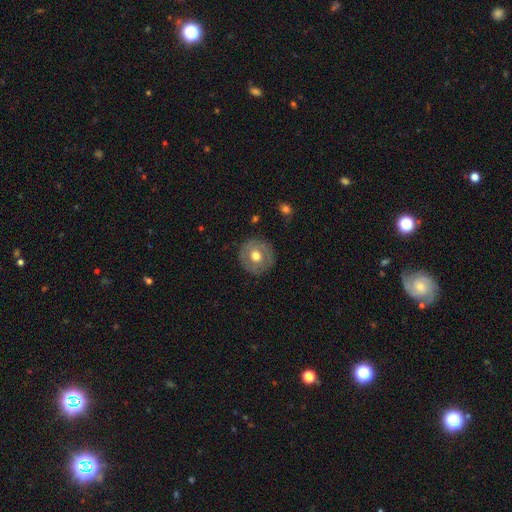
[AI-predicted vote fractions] smooth 51%, featured or disk 42%, star or artifact 7%. Down the decision tree: how rounded — round (92%); merging — none (84%).